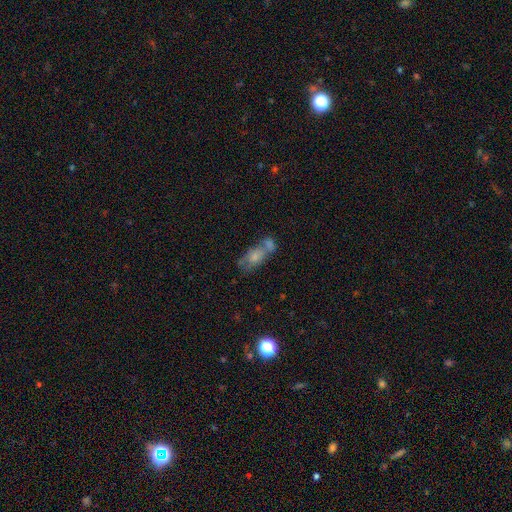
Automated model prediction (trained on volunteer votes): Smooth or featured: smooth — 62% (featured or disk — 28%)
How rounded: in between — 80% (cigar-shaped — 10%)
Merging: merger — 54% (none — 25%)